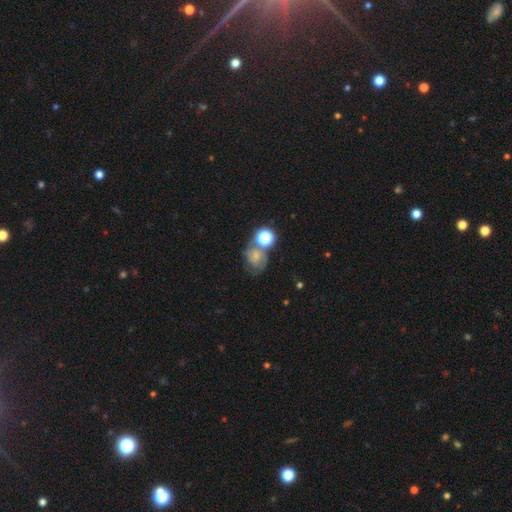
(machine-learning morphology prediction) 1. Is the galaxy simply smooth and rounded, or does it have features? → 47% smooth, 33% featured or disk, 19% star or artifact.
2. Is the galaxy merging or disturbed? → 38% none, 27% merger, 19% minor disturbance, 16% major disturbance.